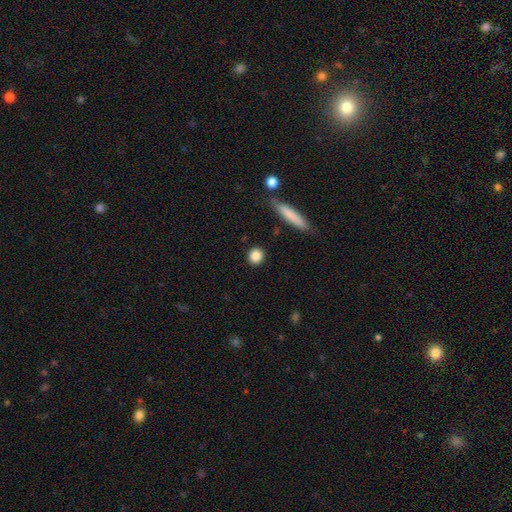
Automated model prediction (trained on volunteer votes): A smooth galaxy with no disk features (86%) that is round (85%).

Vote fractions:
- Smooth or featured? smooth: 86% / star or artifact: 9% / featured or disk: 5%
- How rounded? round: 85% / in between: 12% / cigar-shaped: 3%
- Merging? none: 90% / minor disturbance: 6% / major disturbance: 2% / merger: 2%